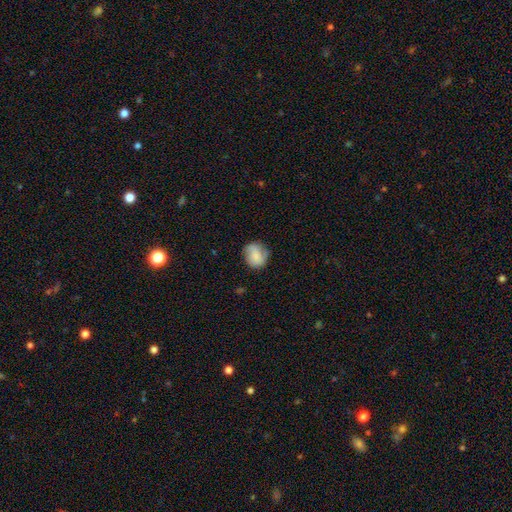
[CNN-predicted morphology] Smooth or featured?
  - smooth: 69% *
  - featured or disk: 23%
  - star or artifact: 8%
How rounded?
  - round: 75% *
  - in between: 24%
  - cigar-shaped: 1%
Merging?
  - none: 67% *
  - minor disturbance: 24%
  - major disturbance: 8%
  - merger: 2%